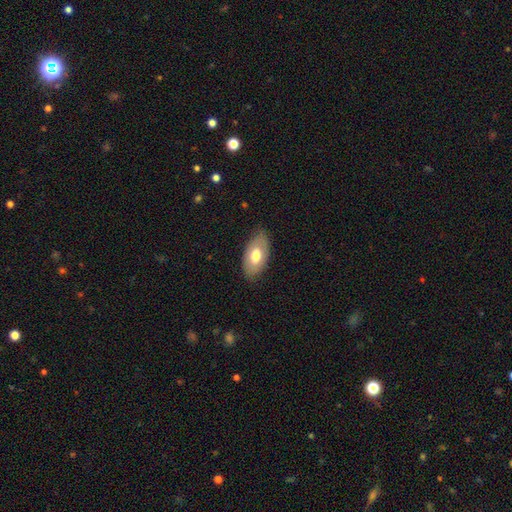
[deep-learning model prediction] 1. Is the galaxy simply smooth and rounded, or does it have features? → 65% smooth, 29% featured or disk, 6% star or artifact.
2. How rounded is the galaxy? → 94% in between, 4% round, 3% cigar-shaped.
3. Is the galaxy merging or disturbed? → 81% none, 15% minor disturbance, 3% major disturbance, 1% merger.